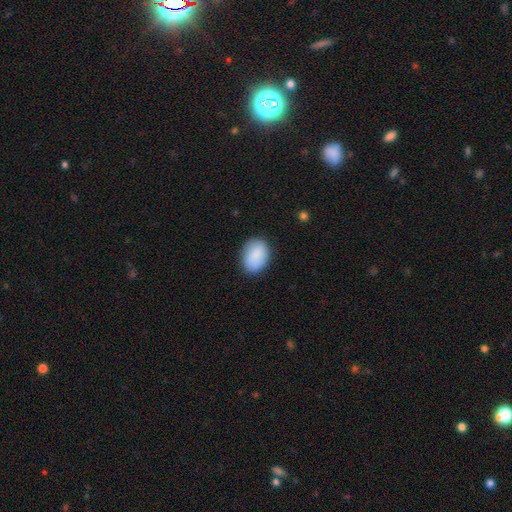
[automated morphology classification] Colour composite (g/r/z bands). It shows a smooth galaxy with no disk features (88%) that is in between round and cigar-shaped (73%). Merging: none (84%).